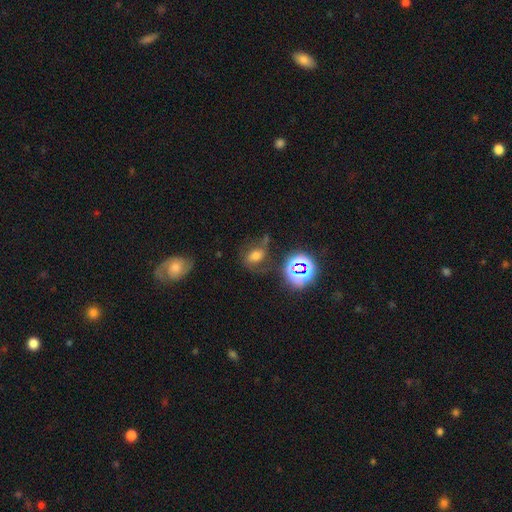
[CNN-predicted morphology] Smooth or featured? smooth (47%)
Merging? none (48%)